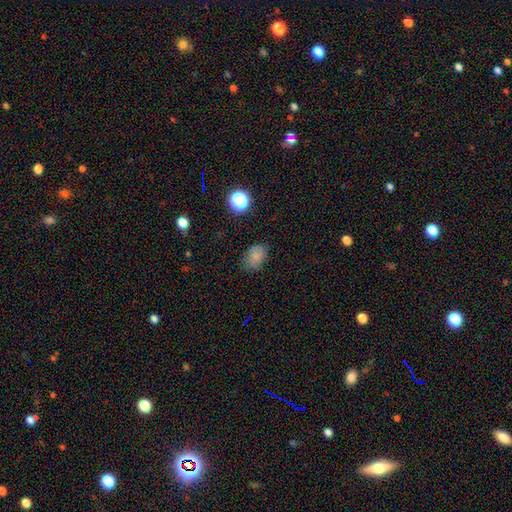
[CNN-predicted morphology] This appears to be a smooth galaxy with no disk features (78%) that is in between round and cigar-shaped (77%). Merging: none (73%).